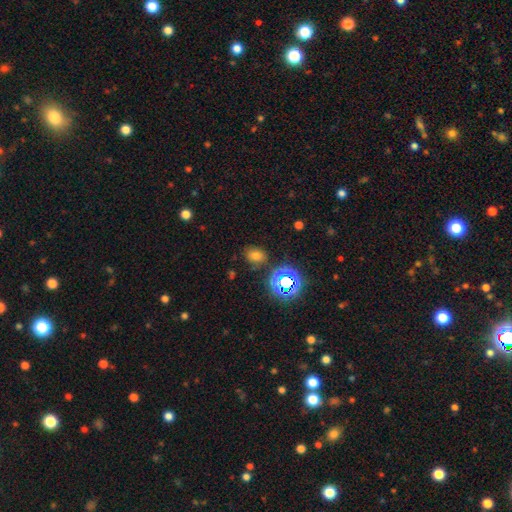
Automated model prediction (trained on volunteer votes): Morphology: type=smooth (66%); roundness=in between (56%); merging=none (80%).